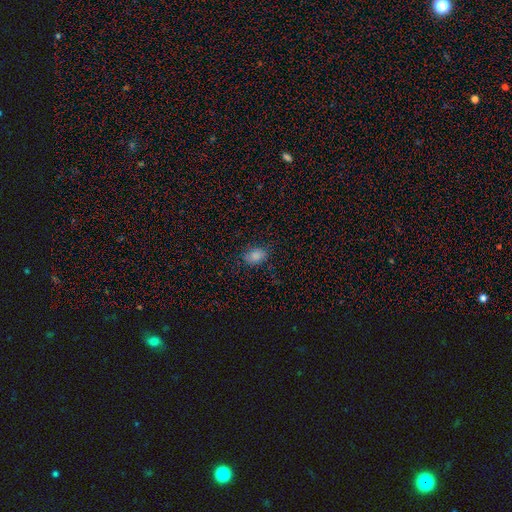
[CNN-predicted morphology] Q: Smooth or featured?
A: smooth (84%); runner-up: star or artifact (12%)
Q: How rounded?
A: in between (74%); runner-up: round (24%)
Q: Merging?
A: none (80%); runner-up: minor disturbance (15%)